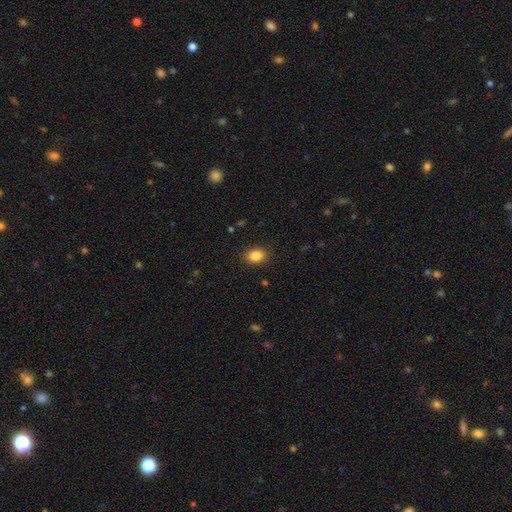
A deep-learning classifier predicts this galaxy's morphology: Q: Smooth or featured?
A: smooth (86%); runner-up: star or artifact (9%)
Q: How rounded?
A: in between (69%); runner-up: round (30%)
Q: Merging?
A: none (88%); runner-up: minor disturbance (8%)